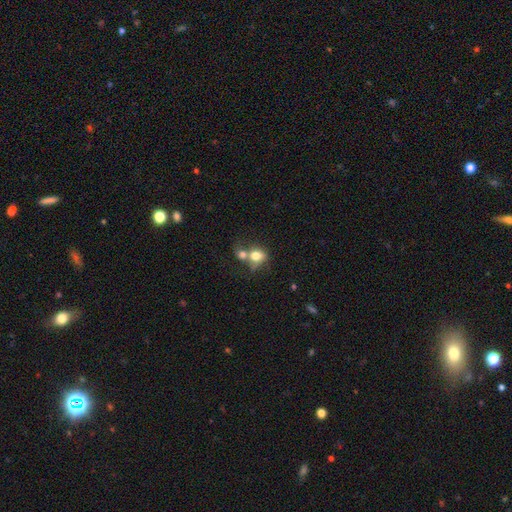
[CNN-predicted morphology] type=smooth (72%); roundness=round (55%); merging=merger (63%).